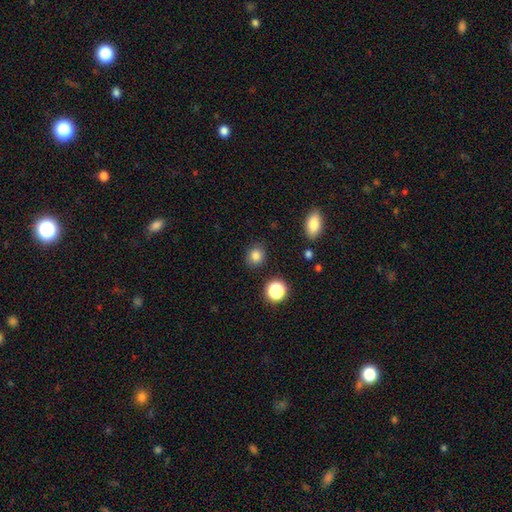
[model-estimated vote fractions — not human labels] smooth 82%, star or artifact 13%, featured or disk 5%. Down the decision tree: how rounded — round (76%); merging — none (87%).